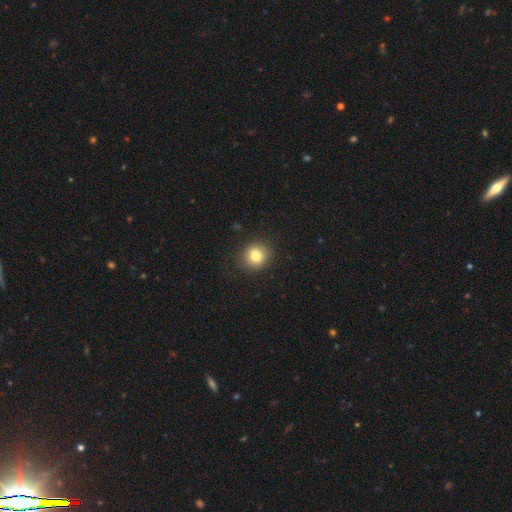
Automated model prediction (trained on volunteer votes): Overall: smooth (82%). How rounded: round (81%). Merging: none (88%).